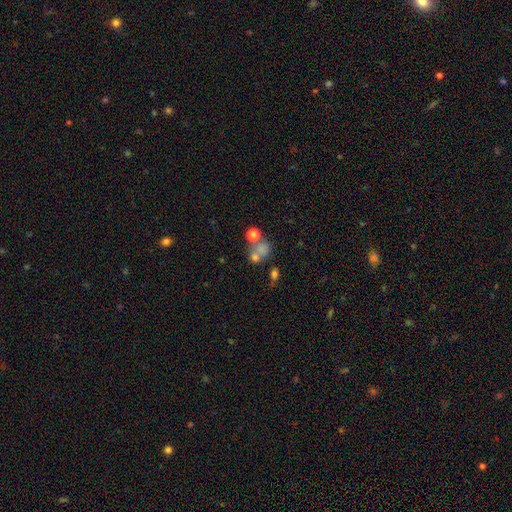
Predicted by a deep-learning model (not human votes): Smooth or featured: smooth — 55% (star or artifact — 25%)
How rounded: round — 67% (in between — 31%)
Merging: merger — 42% (none — 37%)